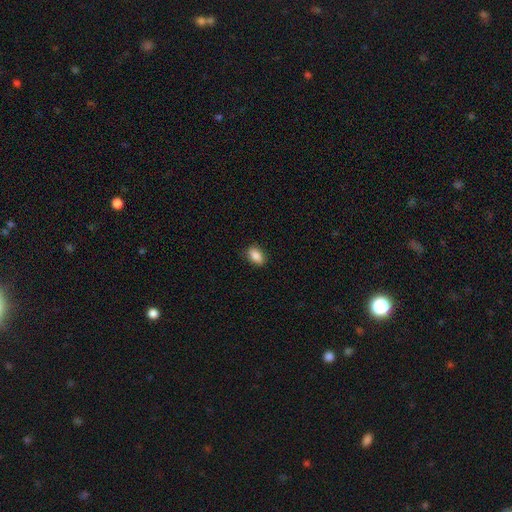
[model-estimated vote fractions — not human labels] Q: Smooth or featured?
A: smooth (88%); runner-up: star or artifact (7%)
Q: How rounded?
A: in between (90%); runner-up: round (7%)
Q: Merging?
A: none (87%); runner-up: minor disturbance (10%)